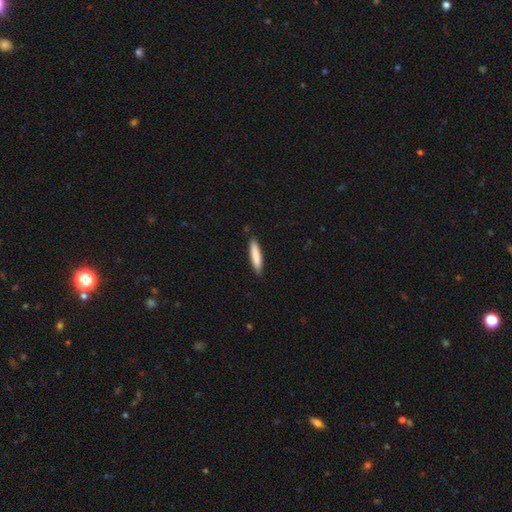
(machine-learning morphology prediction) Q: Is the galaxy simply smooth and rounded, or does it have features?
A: smooth — 84%.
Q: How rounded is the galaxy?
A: cigar-shaped — 86%.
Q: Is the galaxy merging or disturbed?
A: none — 88%.